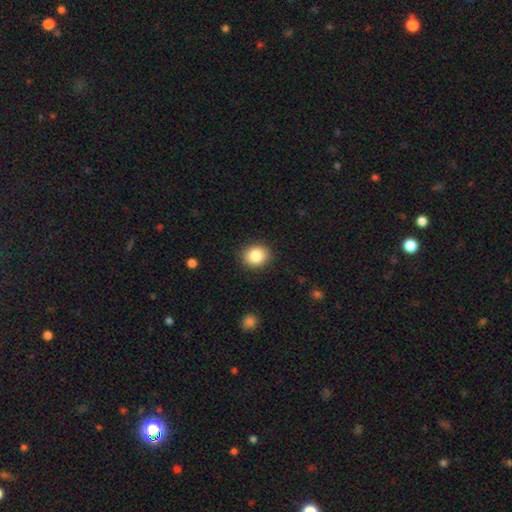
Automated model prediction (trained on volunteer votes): Morphology: type=smooth (85%); roundness=round (73%); merging=none (90%).